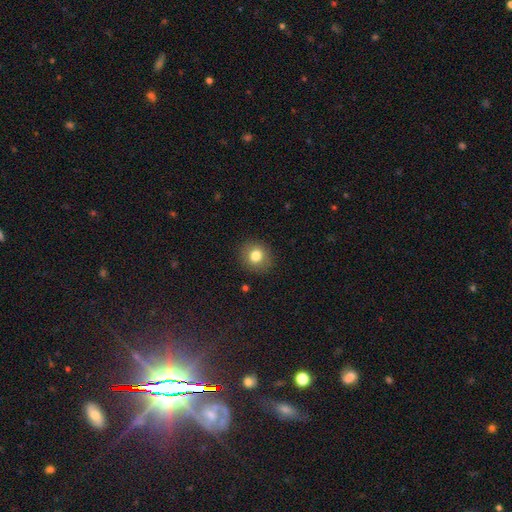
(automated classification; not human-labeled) A smooth galaxy with no disk features (80%) that is round (85%). Merging: none (90%).